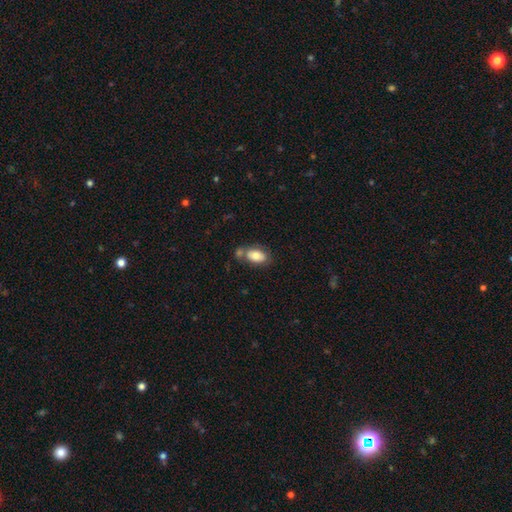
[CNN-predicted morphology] smooth_or_featured: smooth (p=0.76) [alt: featured or disk p=0.17]
how_rounded: in between (p=0.91) [alt: round p=0.07]
merging: none (p=0.49) [alt: merger p=0.29]